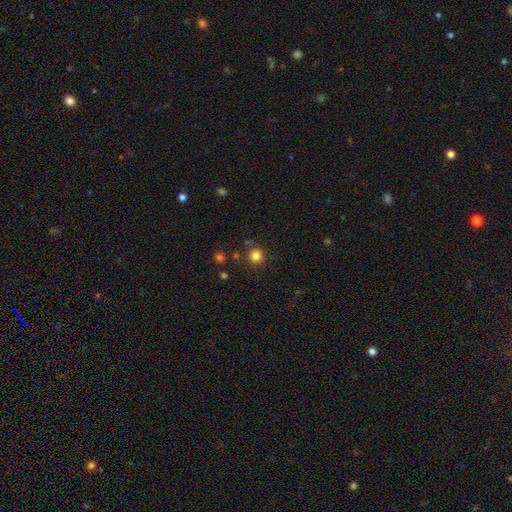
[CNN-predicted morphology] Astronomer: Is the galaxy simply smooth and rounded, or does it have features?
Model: smooth — 82%.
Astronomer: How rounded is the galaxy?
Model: round — 94%.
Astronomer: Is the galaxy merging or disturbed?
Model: none — 86%.